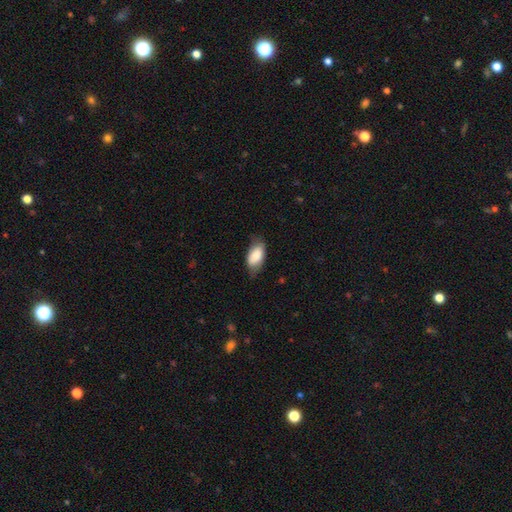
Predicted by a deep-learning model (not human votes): Morphology: type=smooth (80%); roundness=in between (93%); merging=none (68%).